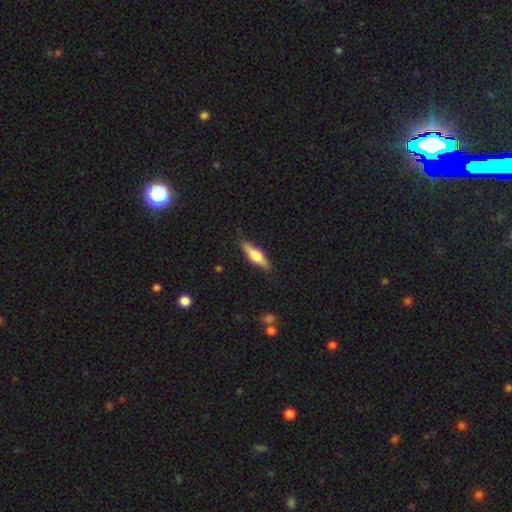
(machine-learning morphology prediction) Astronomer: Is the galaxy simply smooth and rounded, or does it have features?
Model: featured or disk — 53% (runner-up: smooth, 42%).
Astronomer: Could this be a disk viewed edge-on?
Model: yes — 94%.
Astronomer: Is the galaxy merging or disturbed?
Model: none — 86%.